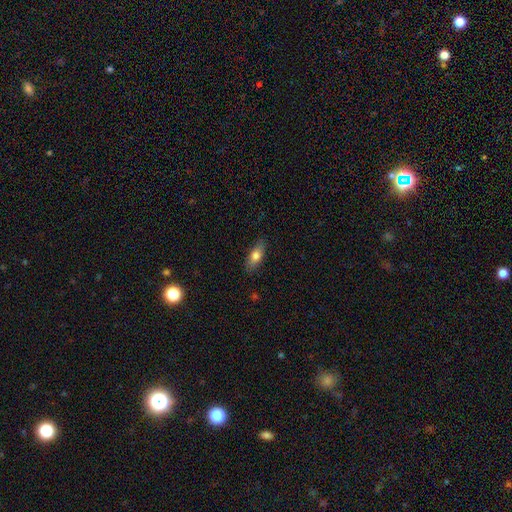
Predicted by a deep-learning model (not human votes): smooth 75%, featured or disk 18%, star or artifact 7%. Down the decision tree: how rounded — in between (76%); merging — none (85%).